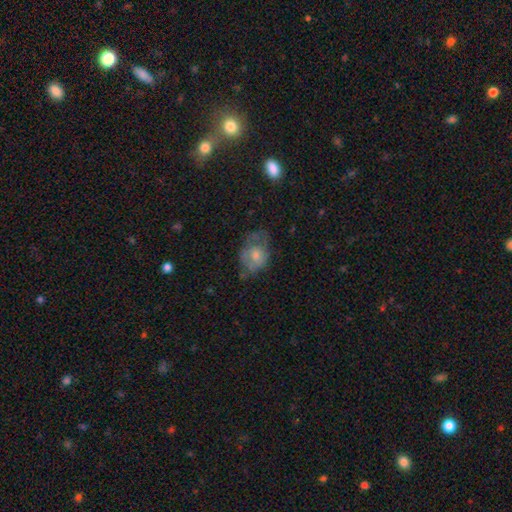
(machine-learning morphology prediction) A smooth galaxy with no disk features (56%) that is in between round and cigar-shaped (64%).

Vote fractions:
- Smooth or featured? smooth: 56% / featured or disk: 36% / star or artifact: 8%
- How rounded? in between: 64% / round: 35% / cigar-shaped: 1%
- Merging? none: 37% / minor disturbance: 34% / major disturbance: 26% / merger: 3%